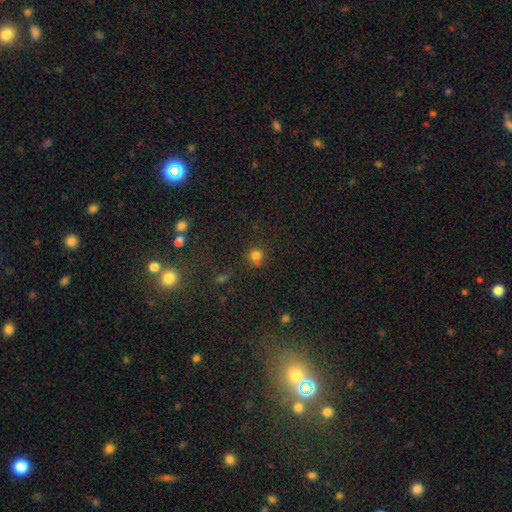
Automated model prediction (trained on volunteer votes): A smooth galaxy with no disk features (78%) that is round (90%).

Vote fractions:
- Smooth or featured? smooth: 78% / star or artifact: 17% / featured or disk: 6%
- How rounded? round: 90% / in between: 9% / cigar-shaped: 1%
- Merging? none: 79% / minor disturbance: 12% / merger: 6% / major disturbance: 4%